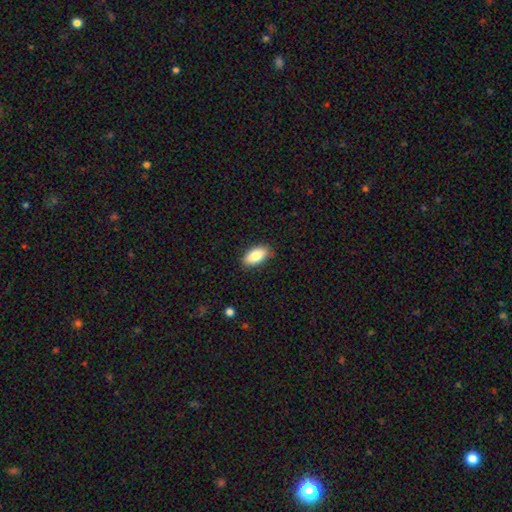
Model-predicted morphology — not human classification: Smooth or featured? Predicted: smooth (p=0.82). How rounded? Predicted: in between (p=0.91). Merging? Predicted: none (p=0.87).